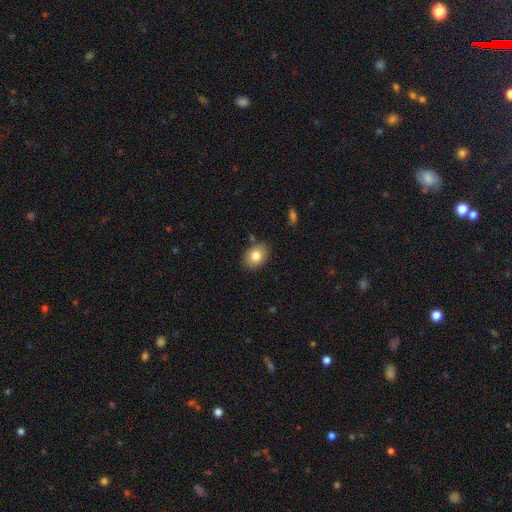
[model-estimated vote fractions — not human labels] smooth 81%, featured or disk 11%, star or artifact 9%. Down the decision tree: how rounded — in between (71%); merging — none (82%).